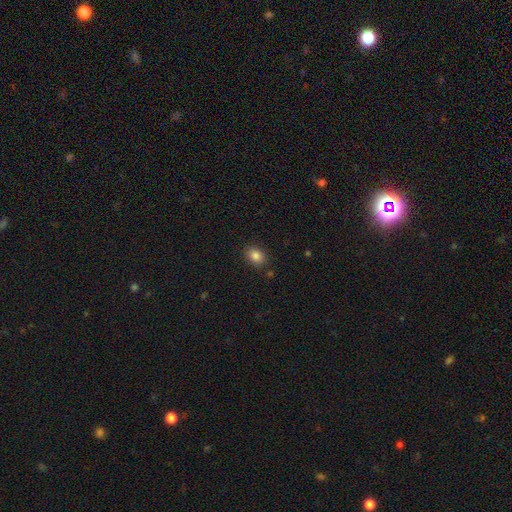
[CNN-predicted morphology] The model was most divided on "how rounded": in between: 58%, round: 41%, cigar-shaped: 1%. More confident: merging — none (86%); smooth or featured — smooth (84%).